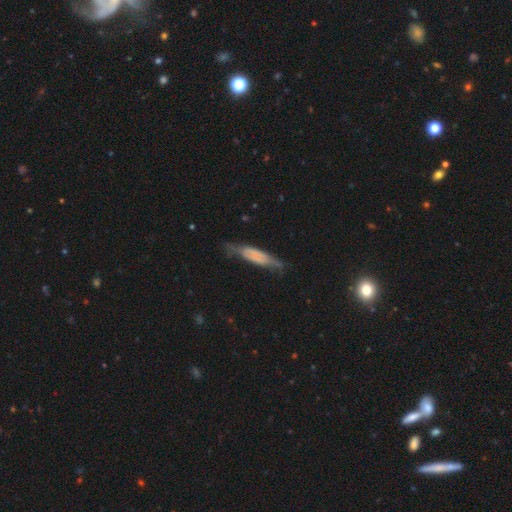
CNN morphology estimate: smooth_or_featured: smooth (p=0.47) [alt: featured or disk p=0.45]
merging: none (p=0.55) [alt: minor disturbance p=0.29]